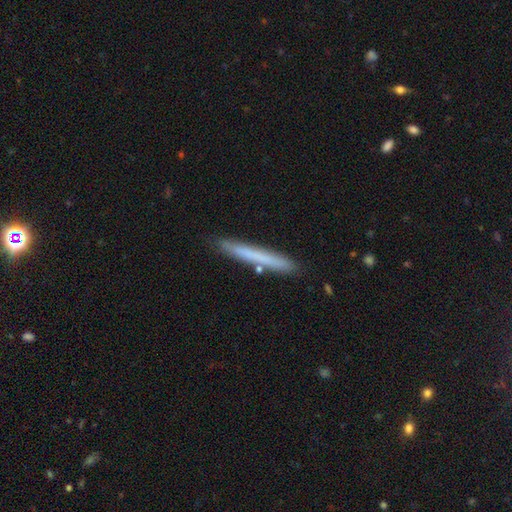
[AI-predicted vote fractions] This is likely a smooth galaxy (63%). How rounded: clearly cigar-shaped (97%). Merging: clearly none (86%).